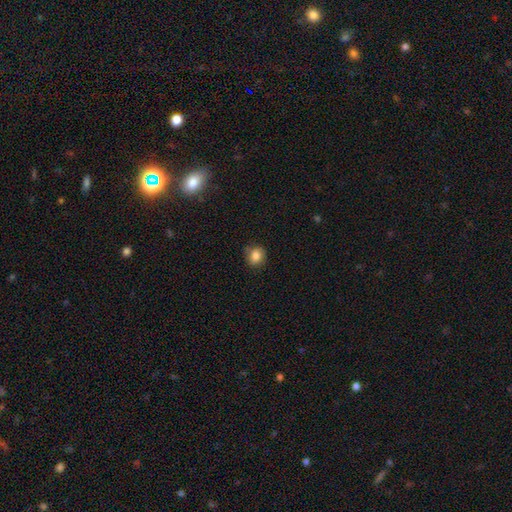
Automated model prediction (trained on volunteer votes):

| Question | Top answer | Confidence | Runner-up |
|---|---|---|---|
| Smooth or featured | smooth | 84% | star or artifact (10%) |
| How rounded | round | 75% | in between (24%) |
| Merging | none | 80% | minor disturbance (15%) |